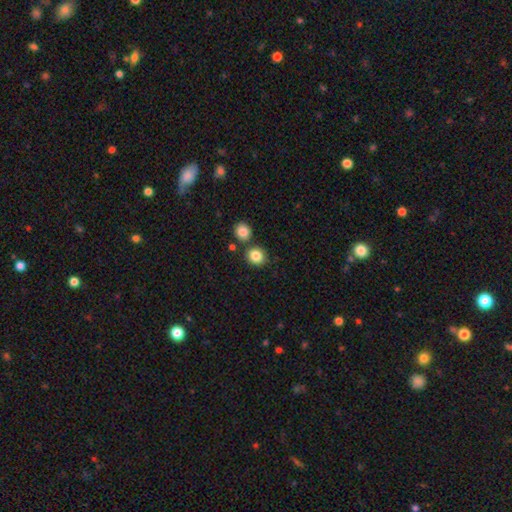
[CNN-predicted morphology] The model was most divided on "how rounded": round: 80%, in between: 19%, cigar-shaped: 1%. More confident: smooth or featured — smooth (85%); merging — none (76%).